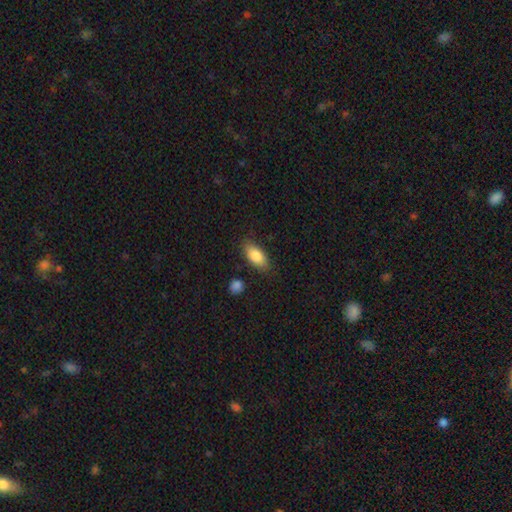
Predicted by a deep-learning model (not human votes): A smooth galaxy with no disk features (83%) that is in between round and cigar-shaped (88%). Merging: none (81%).